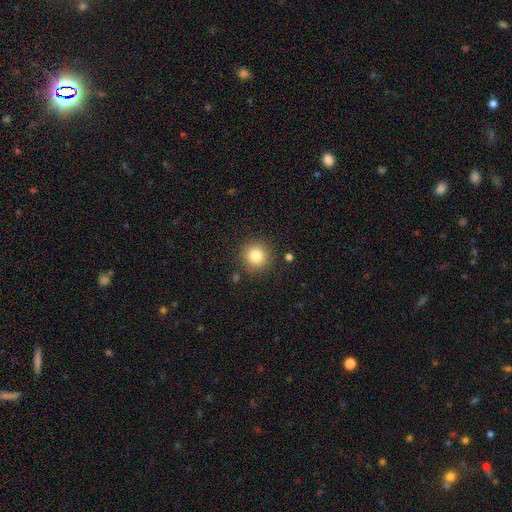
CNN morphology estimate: The model was most divided on "smooth or featured": smooth: 83%, star or artifact: 11%, featured or disk: 7%. More confident: how rounded — round (93%); merging — none (88%).